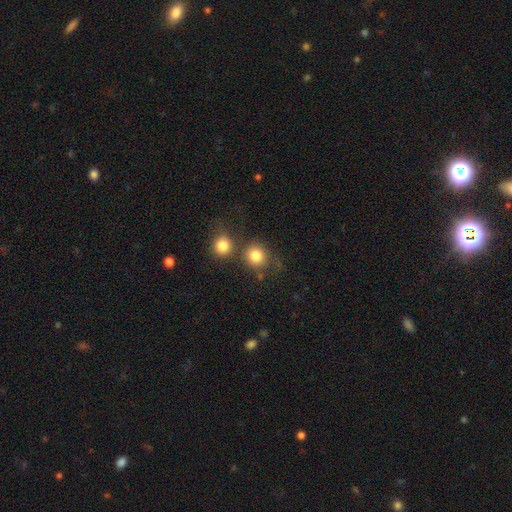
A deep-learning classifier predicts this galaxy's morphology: smooth_or_featured: smooth (p=0.82) [alt: star or artifact p=0.11]
how_rounded: round (p=0.87) [alt: in between p=0.12]
merging: none (p=0.62) [alt: merger p=0.24]